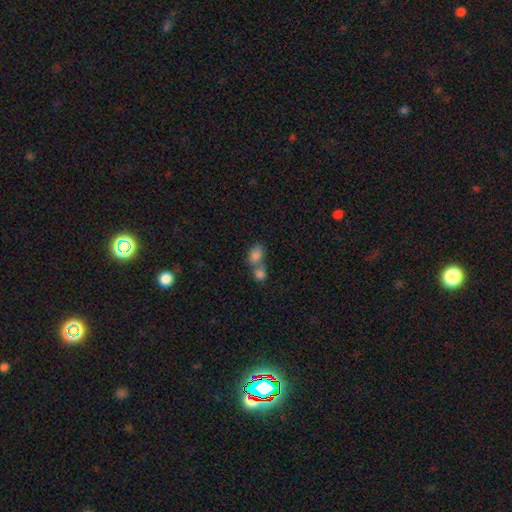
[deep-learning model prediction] This appears to be a smooth galaxy with no disk features (81%) that is in between round and cigar-shaped (67%). Merging: merger (66%).